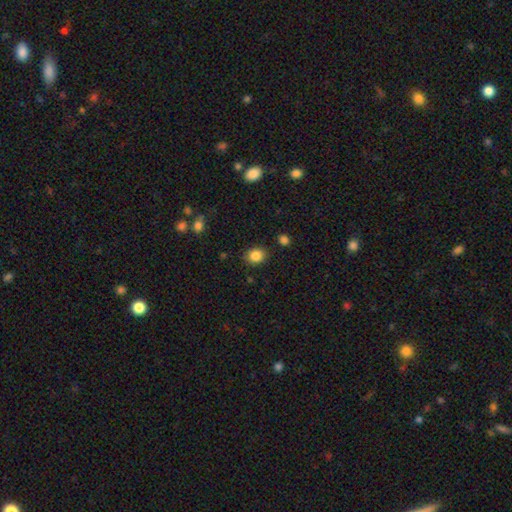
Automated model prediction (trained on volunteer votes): A smooth galaxy with no disk features (86%) that is round (67%). Merging: none (86%).